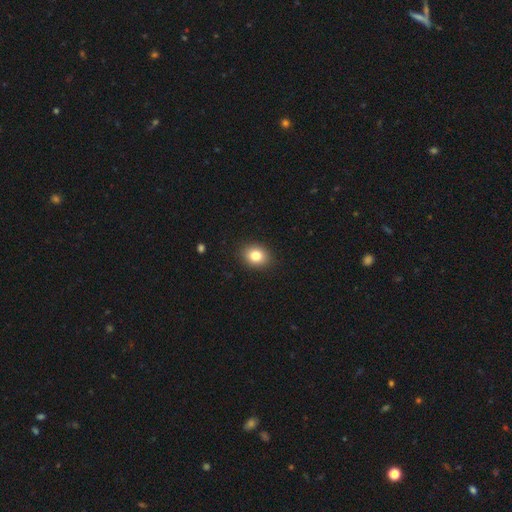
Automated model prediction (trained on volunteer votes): Smooth or featured: smooth — 82% (star or artifact — 10%)
How rounded: round — 52% (in between — 47%)
Merging: none — 90% (minor disturbance — 7%)